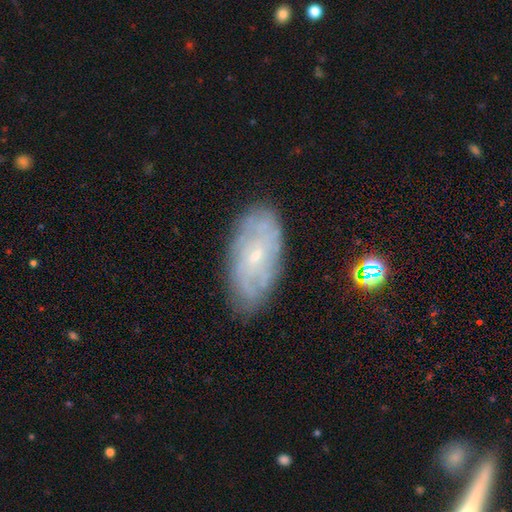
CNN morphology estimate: featured or disk 63%, smooth 29%, star or artifact 8%. Down the decision tree: edge-on disk — no (92%); bar — no (70%); spiral arms — yes (71%); bulge size — small (78%); merging — none (77%).